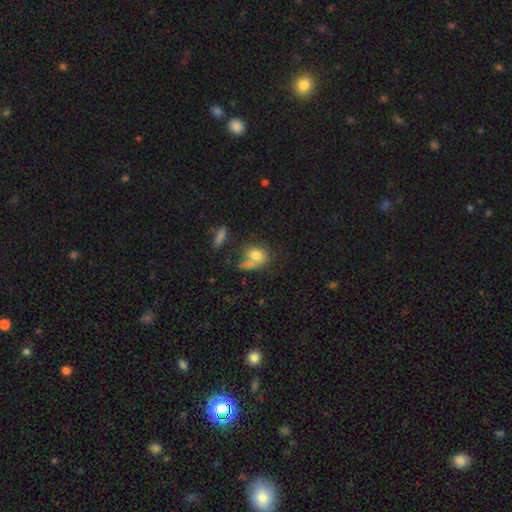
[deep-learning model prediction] A smooth galaxy with no disk features (72%) that is in between round and cigar-shaped (64%). Merging: merger (33%).